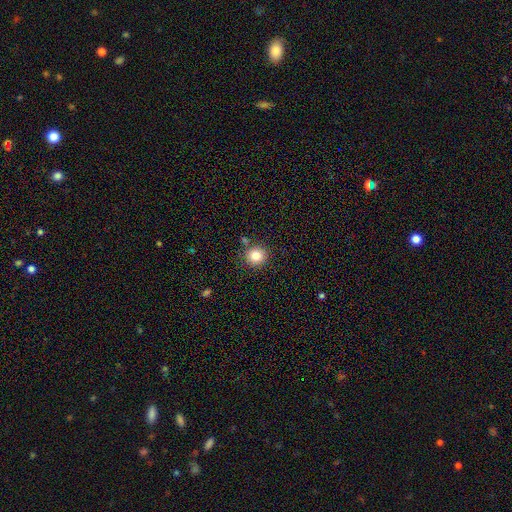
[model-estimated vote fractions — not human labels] smooth-or-featured: smooth: 83% | star or artifact: 11% | featured or disk: 6%
  how-rounded: round: 92% | in between: 7% | cigar-shaped: 1%
  merging: none: 83% | minor disturbance: 9% | merger: 6% | major disturbance: 3%